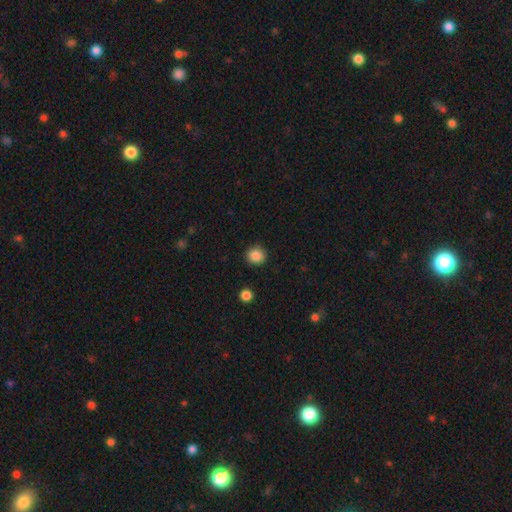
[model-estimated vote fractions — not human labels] smooth_or_featured: smooth (p=0.86) [alt: star or artifact p=0.10]
how_rounded: round (p=0.90) [alt: in between p=0.09]
merging: none (p=0.90) [alt: minor disturbance p=0.06]